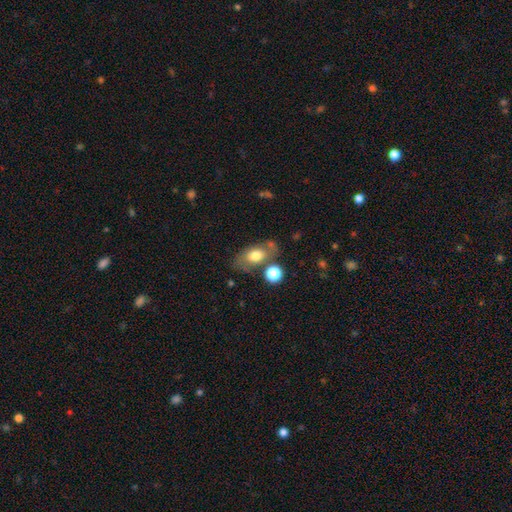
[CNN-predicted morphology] Smooth or featured? Predicted: smooth (p=0.69). How rounded? Predicted: in between (p=0.81). Merging? Predicted: none (p=0.57).